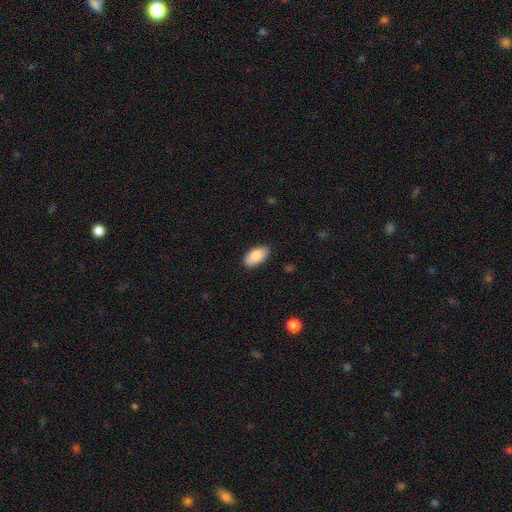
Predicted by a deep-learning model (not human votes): smooth 86%, featured or disk 8%, star or artifact 6%. Down the decision tree: how rounded — in between (94%); merging — none (86%).